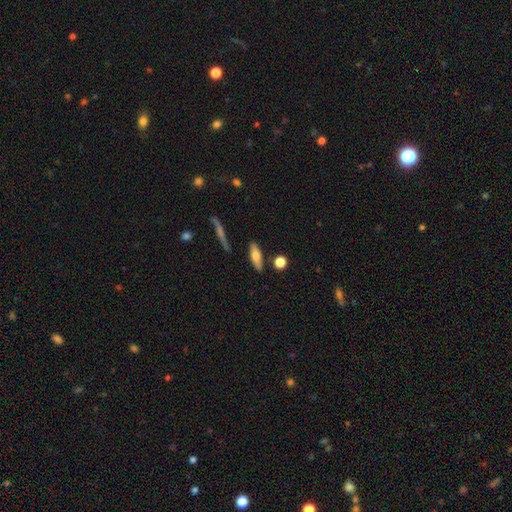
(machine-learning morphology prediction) Smooth or featured?
  - smooth: 64% *
  - featured or disk: 29%
  - star or artifact: 7%
How rounded?
  - cigar-shaped: 48% *
  - in between: 47%
  - round: 4%
Merging?
  - none: 82% *
  - minor disturbance: 10%
  - merger: 5%
  - major disturbance: 3%